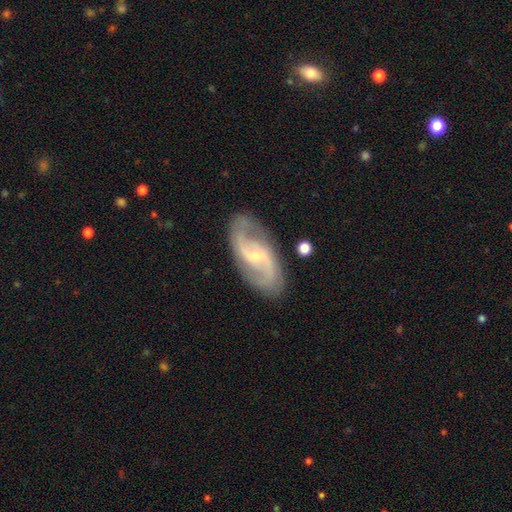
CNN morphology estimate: smooth_or_featured: featured or disk (p=0.87) [alt: smooth p=0.08]
disk_edge_on: no (p=0.95) [alt: yes p=0.05]
bar: weak (p=0.51) [alt: no p=0.31]
has_spiral_arms: yes (p=0.96) [alt: no p=0.04]
spiral_winding: medium (p=0.48) [alt: loose p=0.37]
spiral_arm_count: 2 (p=0.89) [alt: can't tell p=0.04]
bulge_size: small (p=0.71) [alt: moderate p=0.24]
merging: none (p=0.82) [alt: minor disturbance p=0.13]